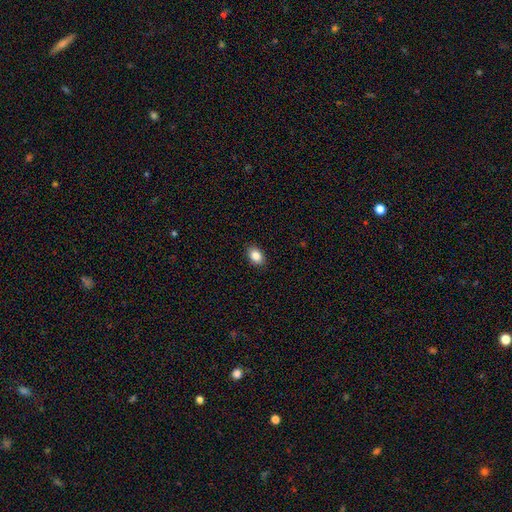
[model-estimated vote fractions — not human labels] Smooth or featured? smooth (86%)
How rounded? in between (82%)
Merging? none (90%)